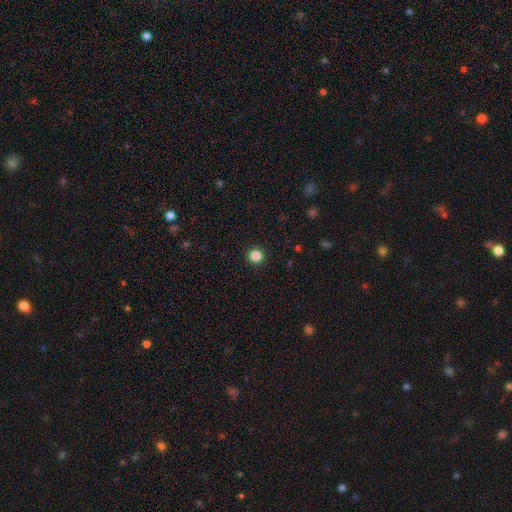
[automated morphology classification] type=smooth (85%); roundness=round (96%); merging=none (94%).